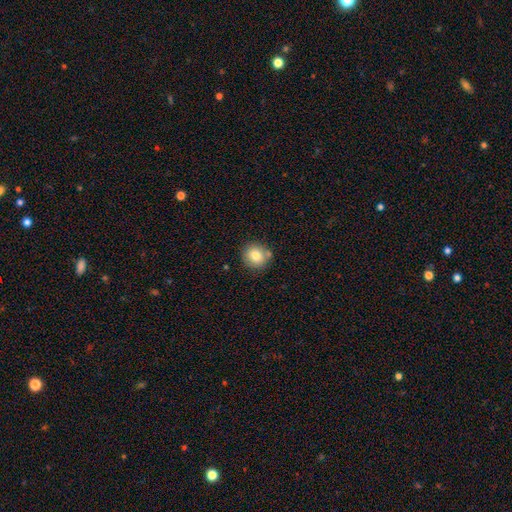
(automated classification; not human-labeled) Smooth or featured: smooth — 80% (featured or disk — 10%)
How rounded: round — 87% (in between — 12%)
Merging: none — 78% (minor disturbance — 11%)